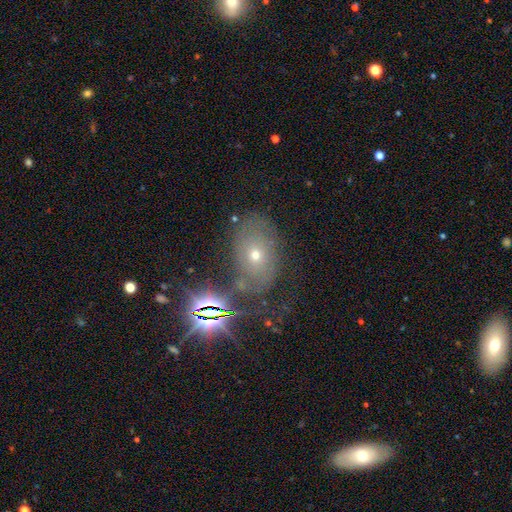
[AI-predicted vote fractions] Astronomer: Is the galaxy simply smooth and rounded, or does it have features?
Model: featured or disk — 40% (runner-up: star or artifact, 31%).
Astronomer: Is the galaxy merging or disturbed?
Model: none — 65%.